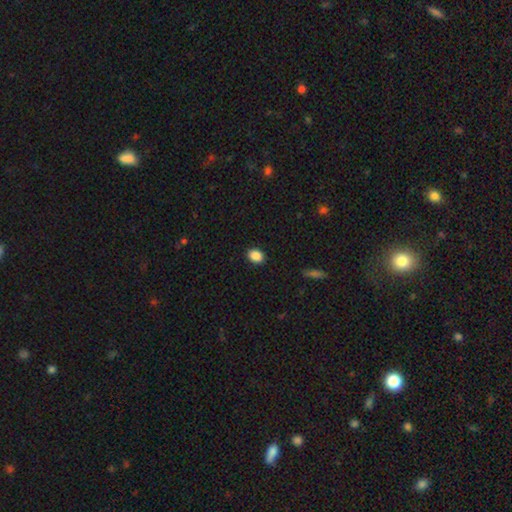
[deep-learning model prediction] Smooth or featured?
  - smooth: 88% *
  - star or artifact: 9%
  - featured or disk: 3%
How rounded?
  - in between: 62% *
  - round: 37%
  - cigar-shaped: 1%
Merging?
  - none: 90% *
  - minor disturbance: 7%
  - major disturbance: 2%
  - merger: 1%